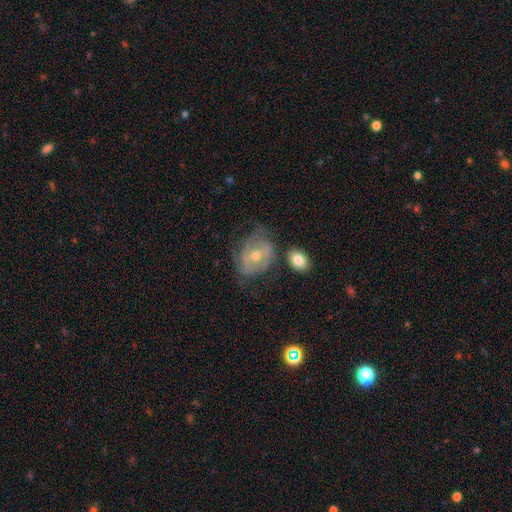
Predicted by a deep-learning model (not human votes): Morphology: type=featured or disk (64%); edge-on=no (95%); bar=no (61%); spiral arms=yes (66%); bulge=moderate (58%); merging=none (52%).